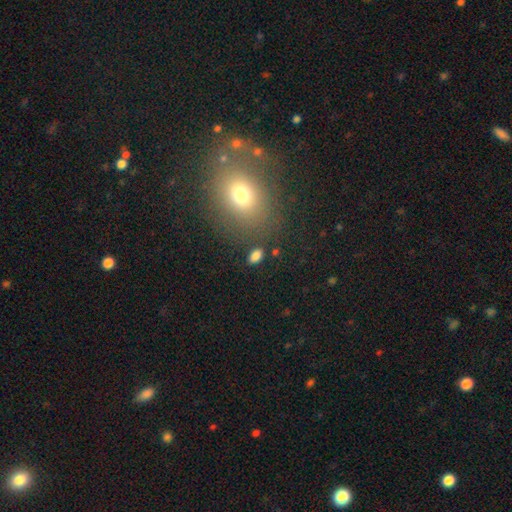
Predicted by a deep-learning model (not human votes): smooth-or-featured: smooth: 83% | star or artifact: 12% | featured or disk: 5%
  how-rounded: in between: 88% | round: 9% | cigar-shaped: 3%
  merging: none: 83% | minor disturbance: 9% | merger: 4% | major disturbance: 4%